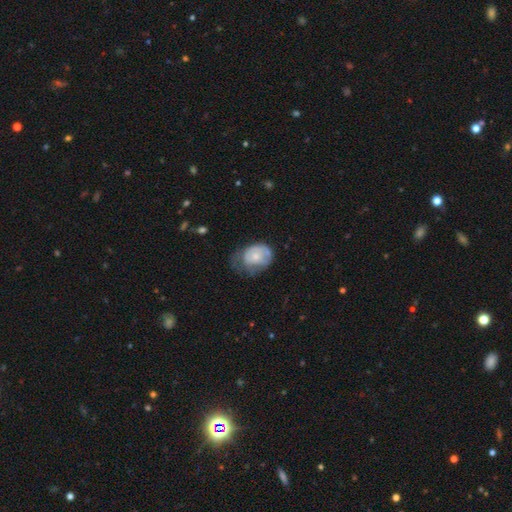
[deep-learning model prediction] smooth-or-featured: smooth: 56% | featured or disk: 37% | star or artifact: 7%
  how-rounded: in between: 62% | round: 37% | cigar-shaped: 1%
  merging: minor disturbance: 37% | major disturbance: 36% | none: 25% | merger: 2%